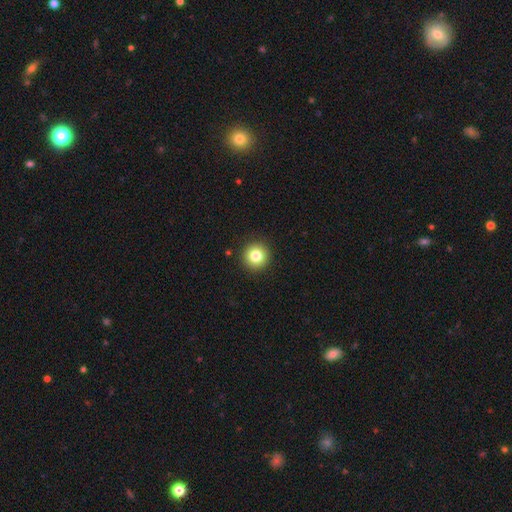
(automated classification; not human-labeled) Smooth or featured: smooth — 82% (star or artifact — 11%)
How rounded: round — 95% (in between — 4%)
Merging: none — 92% (minor disturbance — 5%)